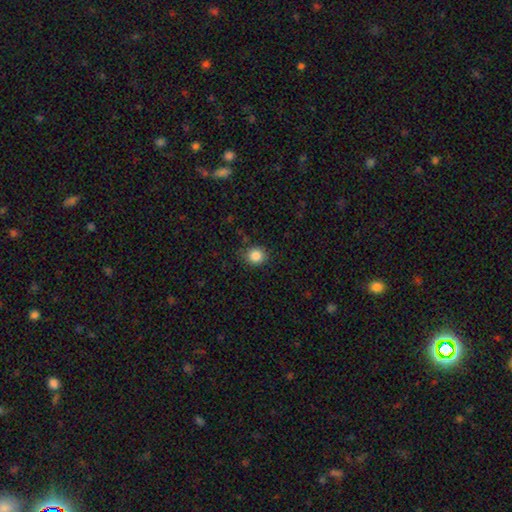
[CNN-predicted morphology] This is clearly a smooth galaxy (86%). How rounded: clearly round (85%). Merging: clearly none (83%).